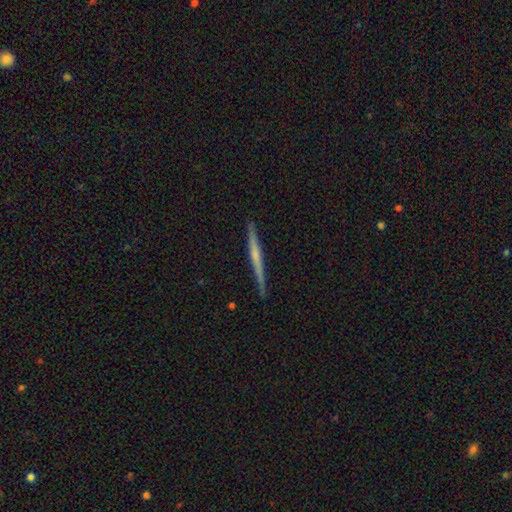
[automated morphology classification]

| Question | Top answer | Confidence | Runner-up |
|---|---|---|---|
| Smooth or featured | featured or disk | 61% | smooth (34%) |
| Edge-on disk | yes | 98% | no (2%) |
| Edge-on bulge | none | 61% | rounded (30%) |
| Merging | none | 90% | minor disturbance (8%) |